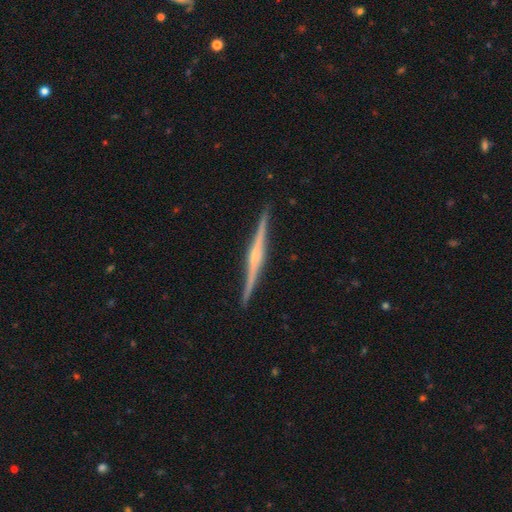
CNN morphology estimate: A featured or disk galaxy (84%) viewed edge-on (99%) with a rounded central bulge (67%). Merging: none (92%).